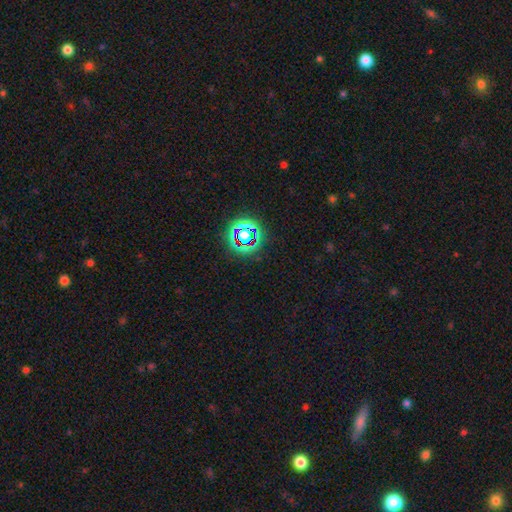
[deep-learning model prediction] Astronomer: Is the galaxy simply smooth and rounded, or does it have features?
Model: star or artifact — 69%.